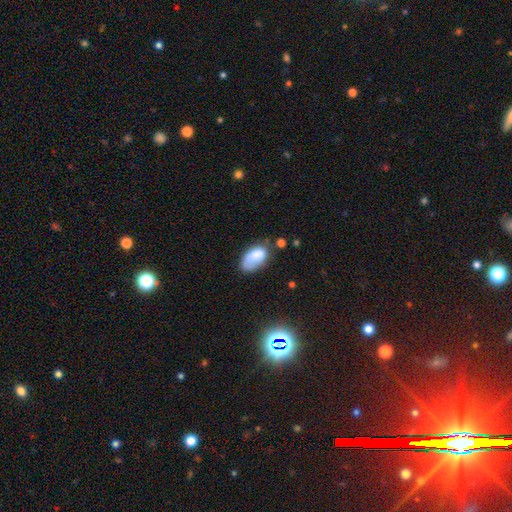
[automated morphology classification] This appears to be a smooth galaxy with no disk features (81%) that is in between round and cigar-shaped (94%). Merging: none (49%).